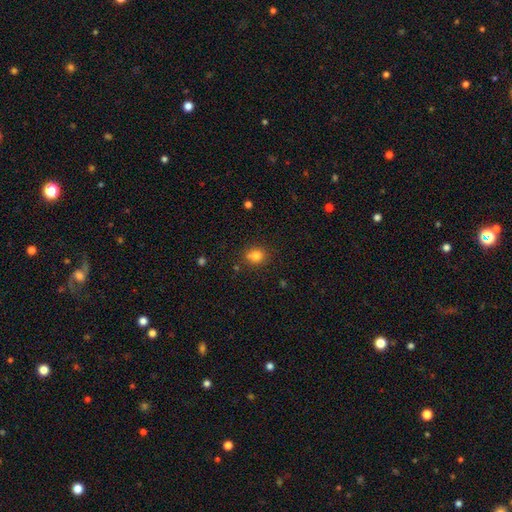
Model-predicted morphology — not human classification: Q: Smooth or featured?
A: smooth (81%); runner-up: star or artifact (13%)
Q: How rounded?
A: round (70%); runner-up: in between (29%)
Q: Merging?
A: none (74%); runner-up: minor disturbance (14%)